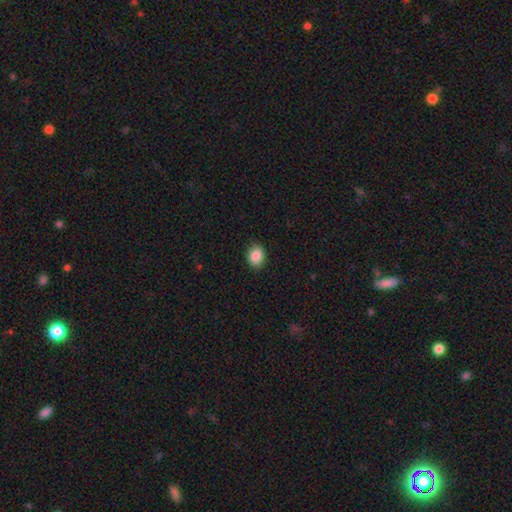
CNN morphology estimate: Overall: smooth (87%). How rounded: in between (58%; round 41%). Merging: none (86%).